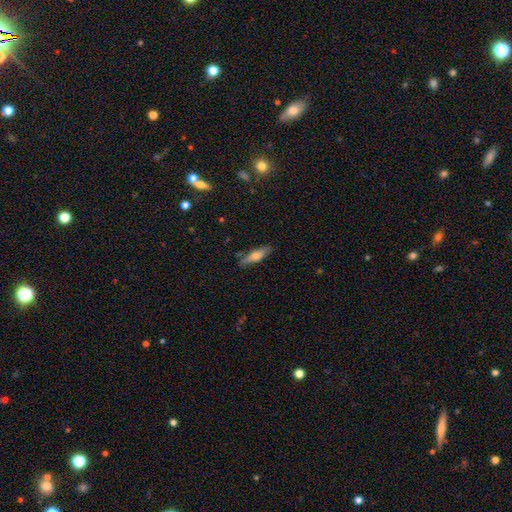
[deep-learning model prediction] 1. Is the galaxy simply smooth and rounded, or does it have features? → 59% smooth, 34% featured or disk, 7% star or artifact.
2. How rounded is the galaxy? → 66% cigar-shaped, 32% in between, 2% round.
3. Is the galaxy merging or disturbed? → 81% none, 14% minor disturbance, 3% major disturbance, 2% merger.